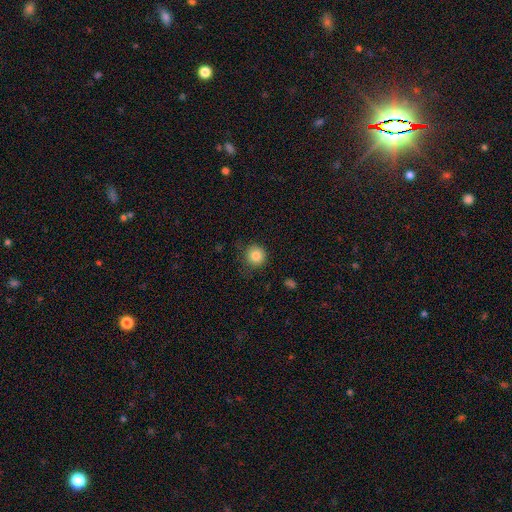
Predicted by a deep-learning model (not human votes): Overall: smooth (85%). How rounded: round (93%). Merging: none (80%).